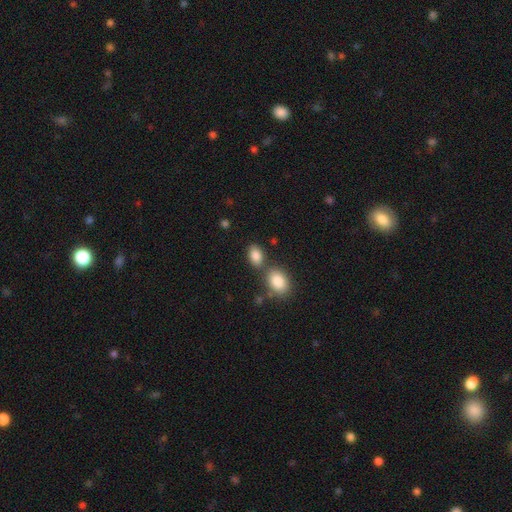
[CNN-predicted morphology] This is clearly a smooth galaxy (86%). How rounded: clearly in between (87%). Merging: possibly none (58%).